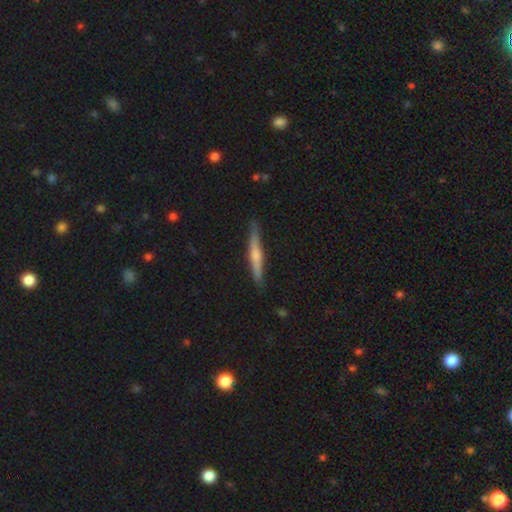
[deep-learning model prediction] Overall: featured or disk (50%; smooth 44%). Edge-on disk: yes (97%). Merging: none (87%).